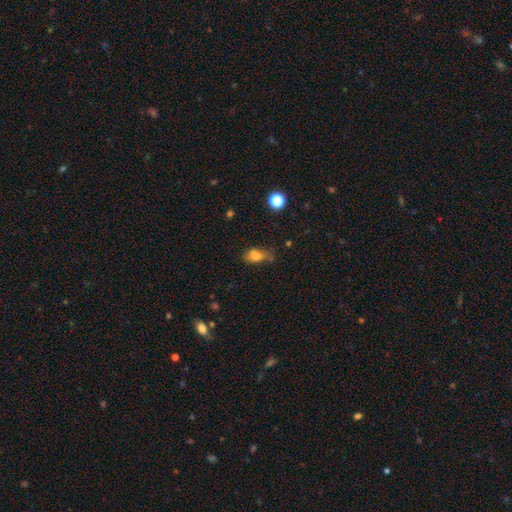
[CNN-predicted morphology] The model was most divided on "merging": none: 38%, minor disturbance: 29%, major disturbance: 17%, merger: 16%. More confident: how rounded — in between (75%); smooth or featured — smooth (70%).